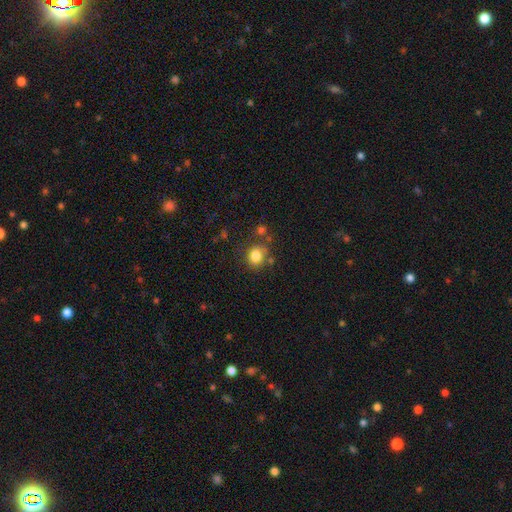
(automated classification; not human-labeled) Smooth or featured?
  - smooth: 82% *
  - star or artifact: 11%
  - featured or disk: 7%
How rounded?
  - round: 76% *
  - in between: 23%
  - cigar-shaped: 1%
Merging?
  - none: 70% *
  - minor disturbance: 14%
  - merger: 10%
  - major disturbance: 5%